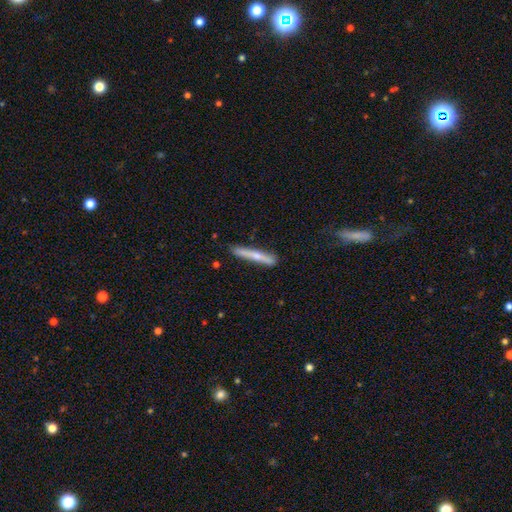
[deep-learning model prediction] Morphology: type=smooth (52%); roundness=cigar-shaped (95%); merging=none (81%).